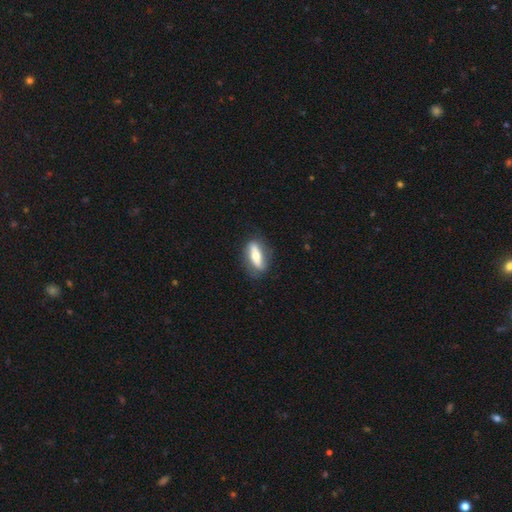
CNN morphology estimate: This is possibly a smooth galaxy (49%). Merging: likely none (78%).